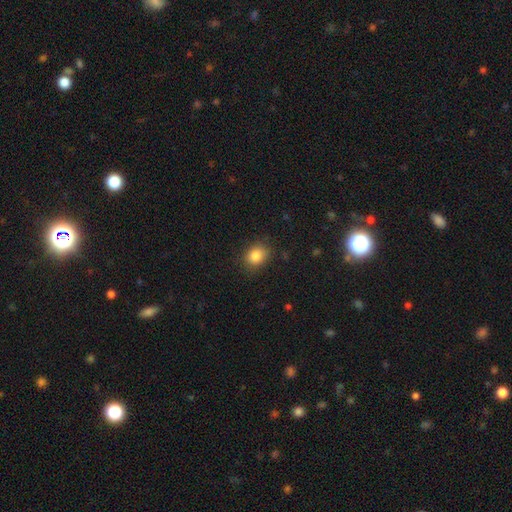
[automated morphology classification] A smooth galaxy with no disk features (84%) that is round (54%). Merging: none (83%).